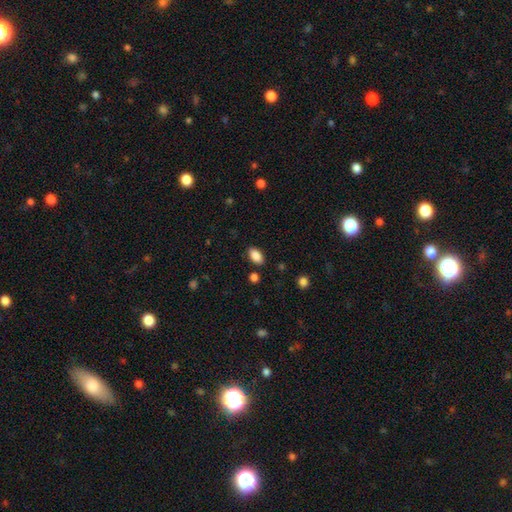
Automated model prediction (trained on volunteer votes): This appears to be a smooth galaxy with no disk features (87%) that is in between round and cigar-shaped (92%). Merging: none (86%).